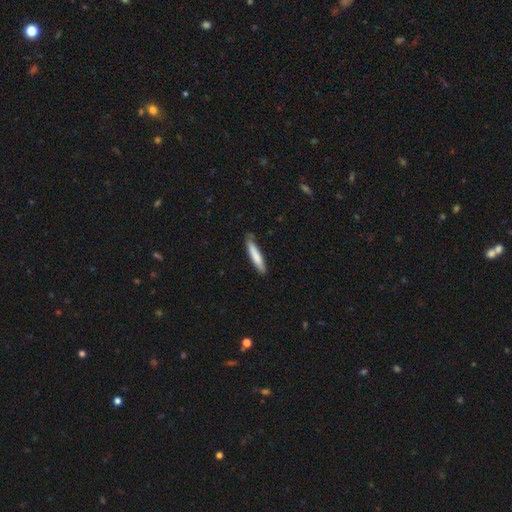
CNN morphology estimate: Smooth or featured?
  - smooth: 80% *
  - featured or disk: 15%
  - star or artifact: 5%
How rounded?
  - cigar-shaped: 90% *
  - in between: 9%
  - round: 1%
Merging?
  - none: 80% *
  - minor disturbance: 16%
  - major disturbance: 2%
  - merger: 2%